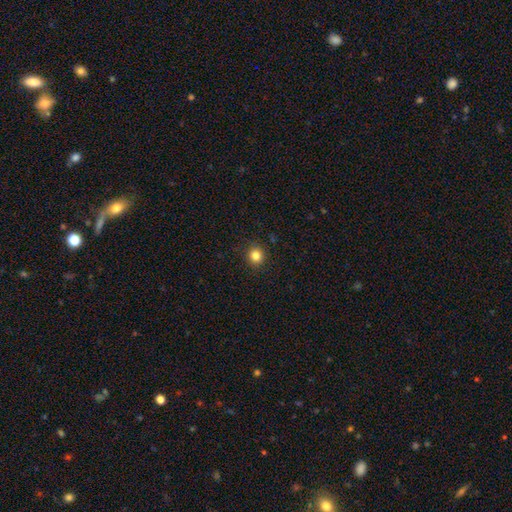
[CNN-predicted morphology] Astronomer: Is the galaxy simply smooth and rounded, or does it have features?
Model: smooth — 83%.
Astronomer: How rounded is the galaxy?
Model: round — 90%.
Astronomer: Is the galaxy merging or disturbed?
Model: none — 91%.